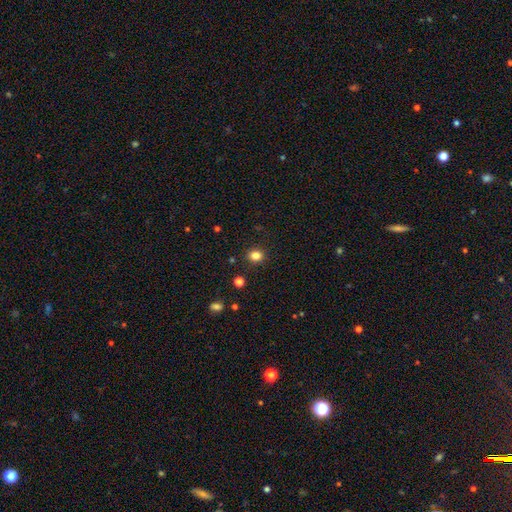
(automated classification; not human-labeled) A smooth galaxy with no disk features (83%) that is round (73%). Merging: none (89%).